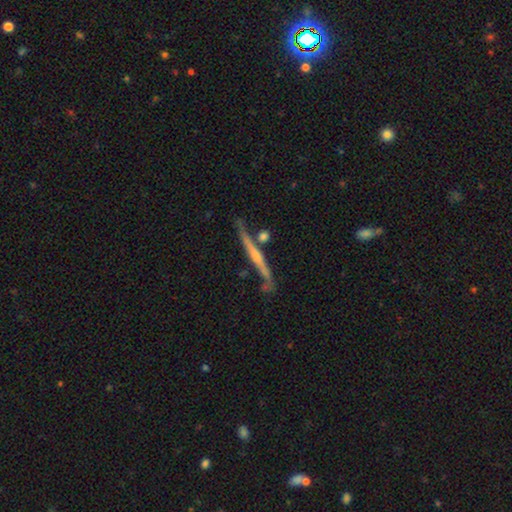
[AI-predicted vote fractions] Smooth or featured? featured or disk (74%)
Edge-on disk? yes (95%)
Edge-on bulge? rounded (57%)
Merging? none (70%)